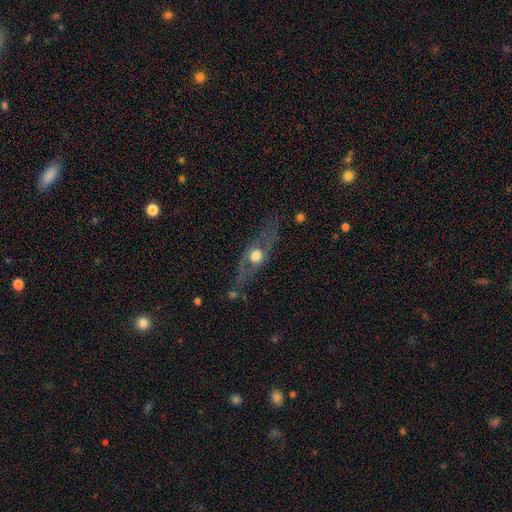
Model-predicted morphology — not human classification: The model was most divided on "edge-on disk": yes: 67%, no: 33%. More confident: merging — none (73%); smooth or featured — featured or disk (65%).